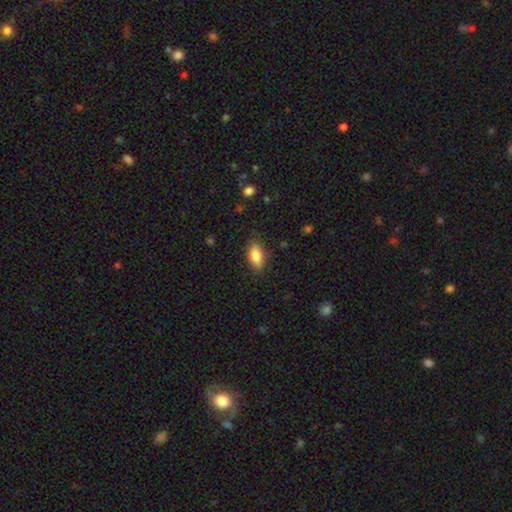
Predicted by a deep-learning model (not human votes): Q: Smooth or featured?
A: smooth (84%); runner-up: featured or disk (9%)
Q: How rounded?
A: in between (89%); runner-up: cigar-shaped (7%)
Q: Merging?
A: none (84%); runner-up: minor disturbance (12%)